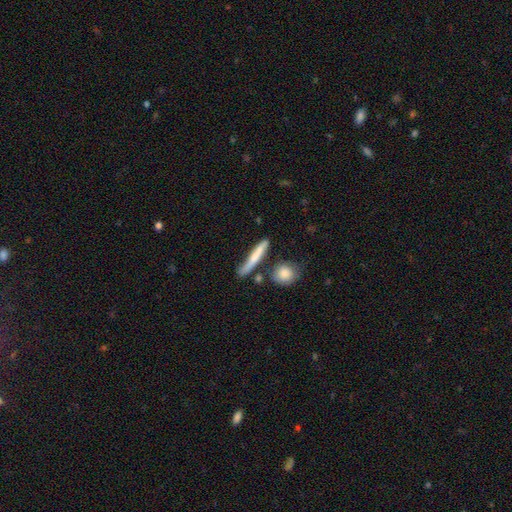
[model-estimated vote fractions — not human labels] The model was most divided on "smooth or featured": smooth: 65%, featured or disk: 28%, star or artifact: 7%. More confident: how rounded — cigar-shaped (89%); merging — none (66%).